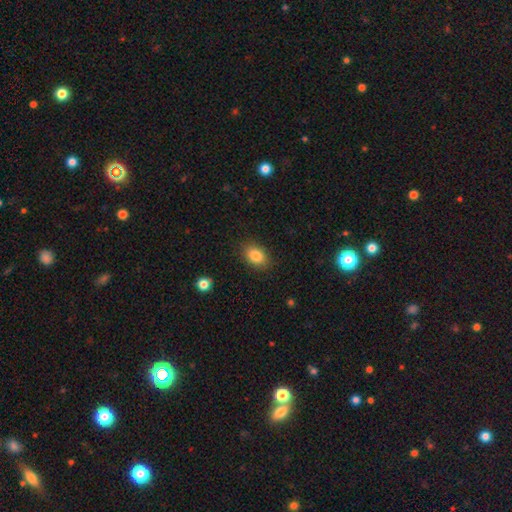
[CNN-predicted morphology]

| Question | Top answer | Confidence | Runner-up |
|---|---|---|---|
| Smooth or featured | smooth | 84% | star or artifact (9%) |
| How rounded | in between | 81% | round (18%) |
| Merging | none | 86% | minor disturbance (10%) |